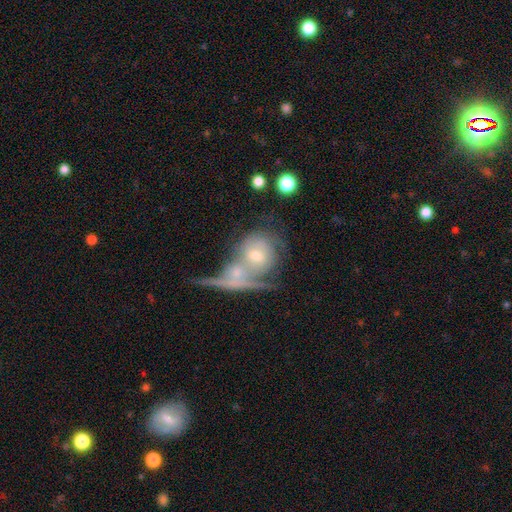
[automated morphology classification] This appears to be a featured or disk galaxy (54%). Merging: merger (45%).